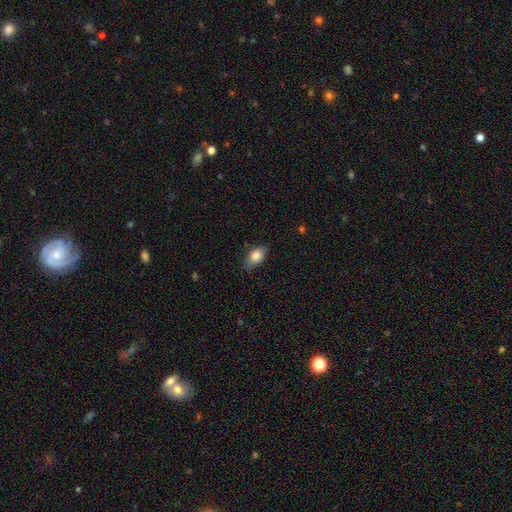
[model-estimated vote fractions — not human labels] The model was most divided on "merging": none: 79%, minor disturbance: 17%, major disturbance: 3%, merger: 1%. More confident: how rounded — in between (88%); smooth or featured — smooth (83%).